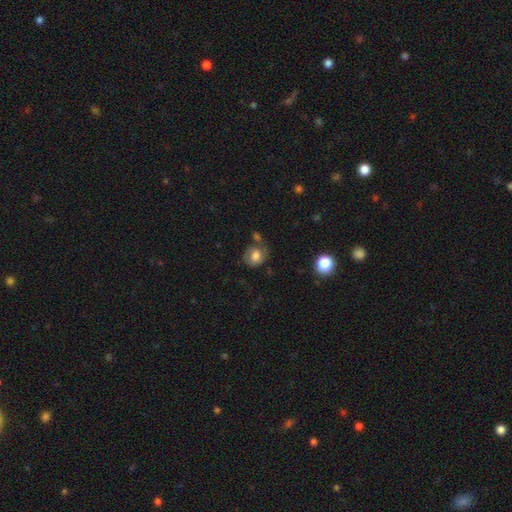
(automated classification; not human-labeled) This appears to be a smooth galaxy with no disk features (68%) that is round (63%). Merging: none (52%).